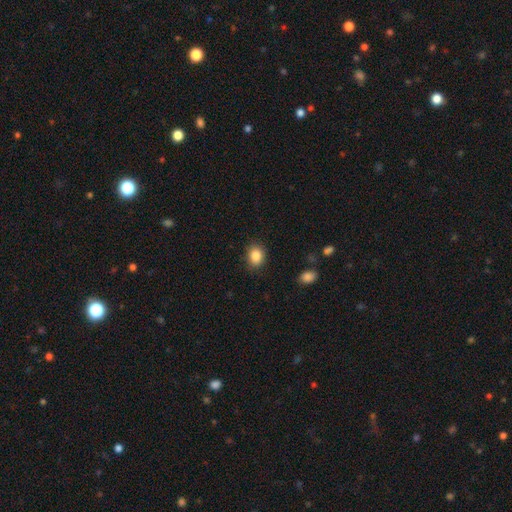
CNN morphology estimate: type=smooth (86%); roundness=in between (54%); merging=none (86%).